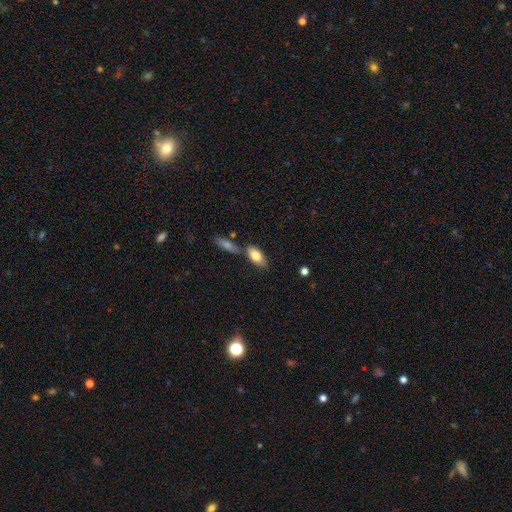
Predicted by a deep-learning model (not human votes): Smooth or featured? smooth (77%)
How rounded? in between (85%)
Merging? none (63%)